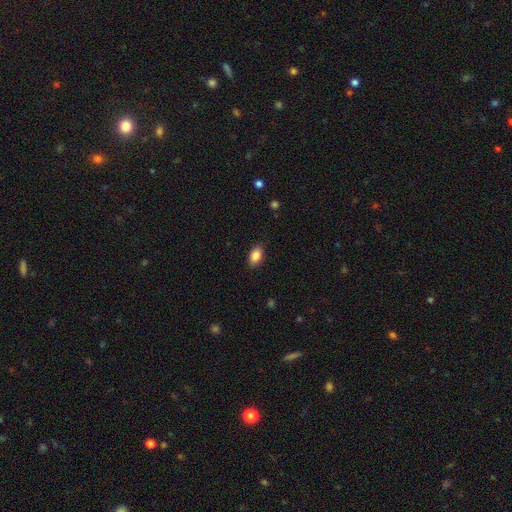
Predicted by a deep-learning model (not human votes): Smooth or featured?
  - smooth: 86% *
  - star or artifact: 8%
  - featured or disk: 6%
How rounded?
  - in between: 87% *
  - round: 11%
  - cigar-shaped: 2%
Merging?
  - none: 87% *
  - minor disturbance: 9%
  - major disturbance: 2%
  - merger: 1%